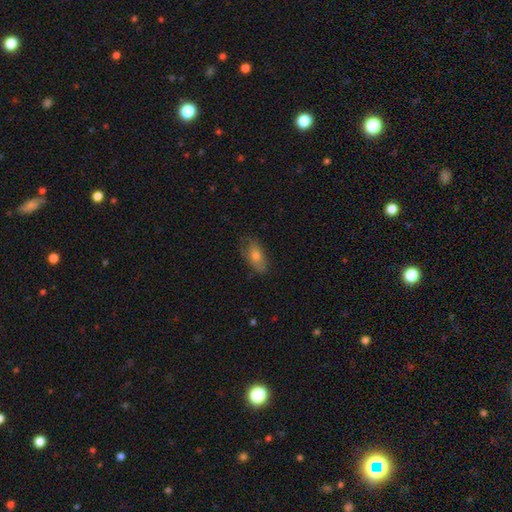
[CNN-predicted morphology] Smooth or featured? Predicted: smooth (p=0.63). How rounded? Predicted: in between (p=0.84). Merging? Predicted: none (p=0.70).